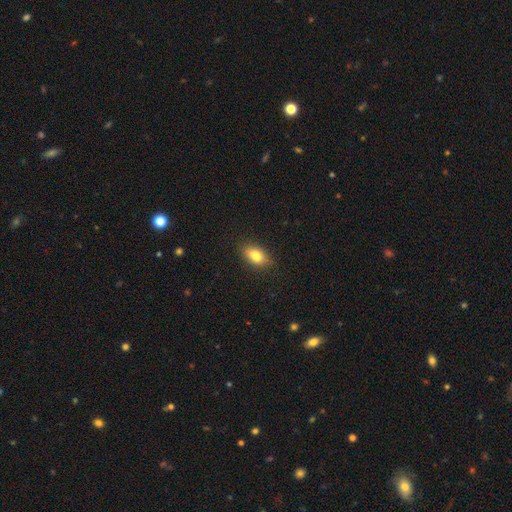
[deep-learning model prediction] This is clearly a smooth galaxy (81%). How rounded: clearly in between (86%). Merging: clearly none (81%).